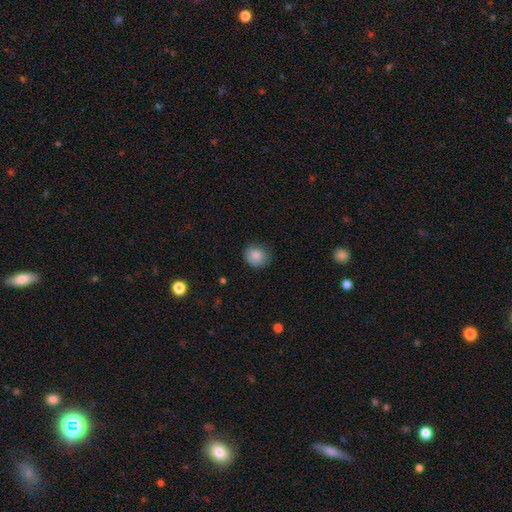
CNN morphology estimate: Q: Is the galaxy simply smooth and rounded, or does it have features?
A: smooth — 85%.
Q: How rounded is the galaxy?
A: round — 77%.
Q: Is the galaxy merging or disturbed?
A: none — 78%.